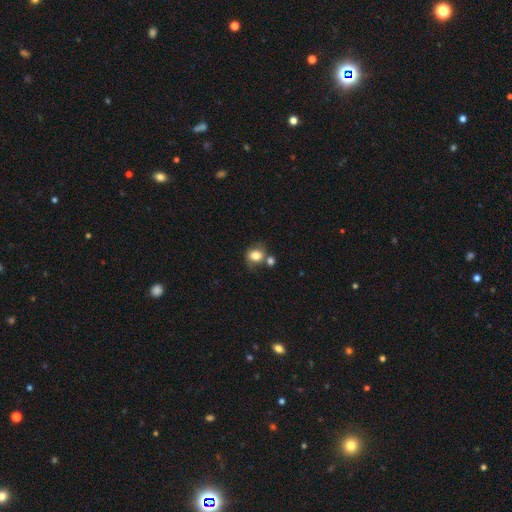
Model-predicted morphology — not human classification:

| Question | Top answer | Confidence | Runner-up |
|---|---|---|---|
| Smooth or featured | smooth | 79% | featured or disk (11%) |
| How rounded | round | 60% | in between (38%) |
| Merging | none | 53% | merger (24%) |